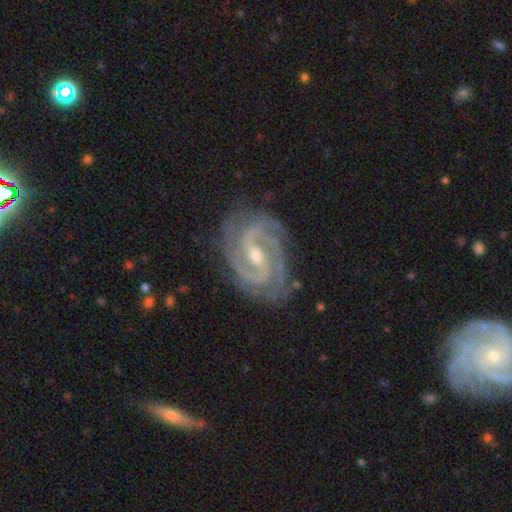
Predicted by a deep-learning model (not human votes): smooth_or_featured: featured or disk (p=0.92) [alt: star or artifact p=0.05]
disk_edge_on: no (p=0.97) [alt: yes p=0.03]
bar: weak (p=0.45) [alt: strong p=0.31]
has_spiral_arms: yes (p=0.99) [alt: no p=0.01]
spiral_winding: tight (p=0.59) [alt: medium p=0.36]
spiral_arm_count: 2 (p=0.63) [alt: 3 p=0.20]
bulge_size: moderate (p=0.54) [alt: small p=0.42]
merging: none (p=0.79) [alt: minor disturbance p=0.15]